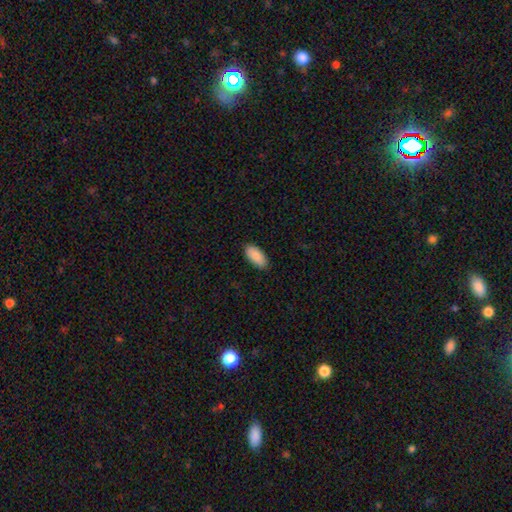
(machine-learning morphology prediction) This appears to be a smooth galaxy with no disk features (91%) that is in between round and cigar-shaped (93%). Merging: none (90%).